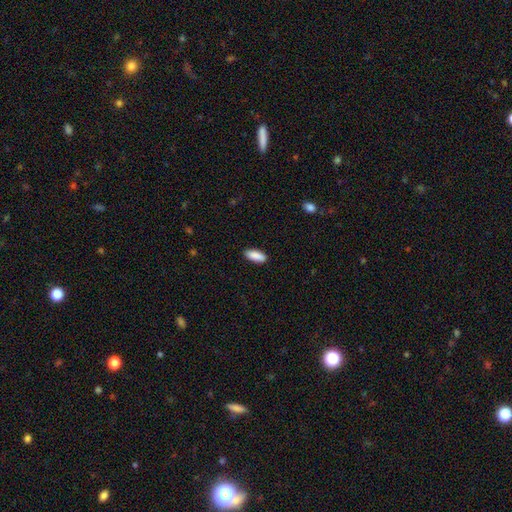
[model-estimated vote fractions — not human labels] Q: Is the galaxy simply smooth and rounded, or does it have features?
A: smooth — 90%.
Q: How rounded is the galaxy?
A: in between — 78%.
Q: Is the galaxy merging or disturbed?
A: none — 89%.